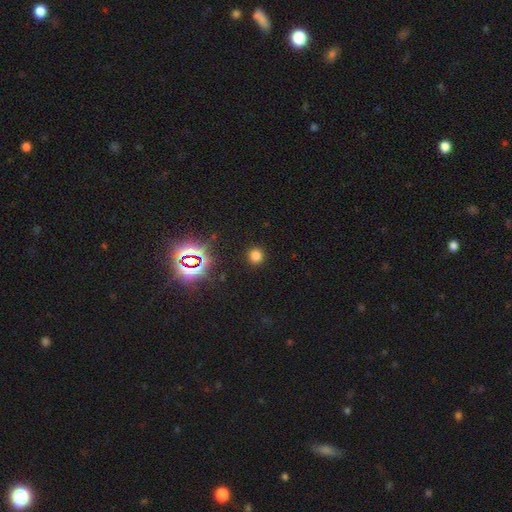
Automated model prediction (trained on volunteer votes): Morphology: type=smooth (73%); roundness=round (91%); merging=none (91%).